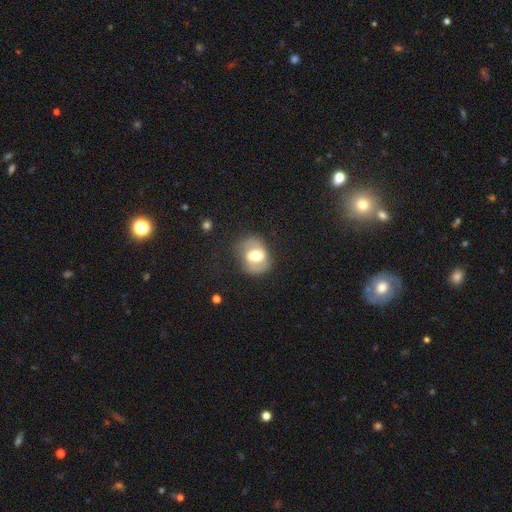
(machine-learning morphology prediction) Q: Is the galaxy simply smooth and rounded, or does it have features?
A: featured or disk — 52%.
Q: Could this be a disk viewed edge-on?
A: no — 95%.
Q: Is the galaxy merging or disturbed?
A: none — 65%.